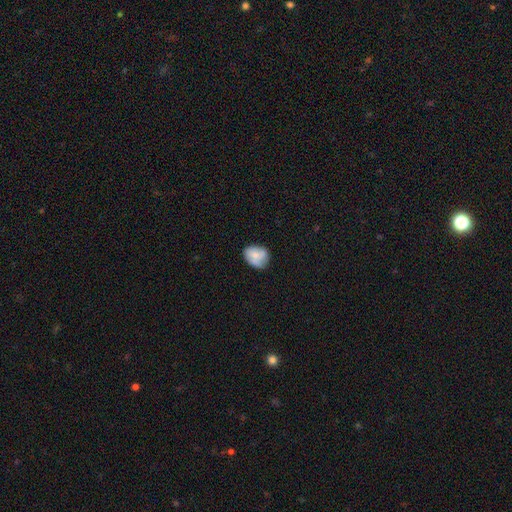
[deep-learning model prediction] A smooth galaxy with no disk features (66%) that is in between round and cigar-shaped (54%). Merging: none (61%).